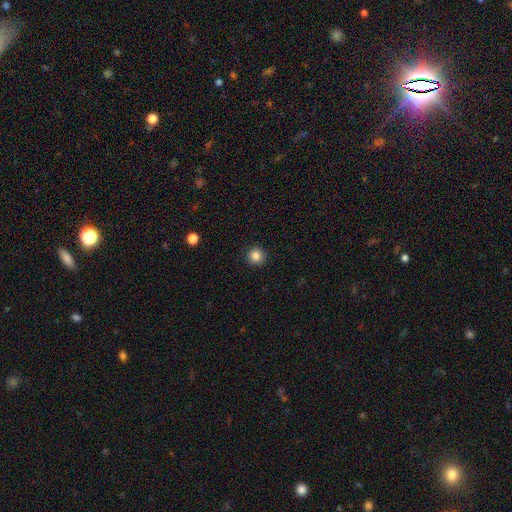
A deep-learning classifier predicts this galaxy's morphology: Overall: smooth (84%). How rounded: round (94%). Merging: none (92%).